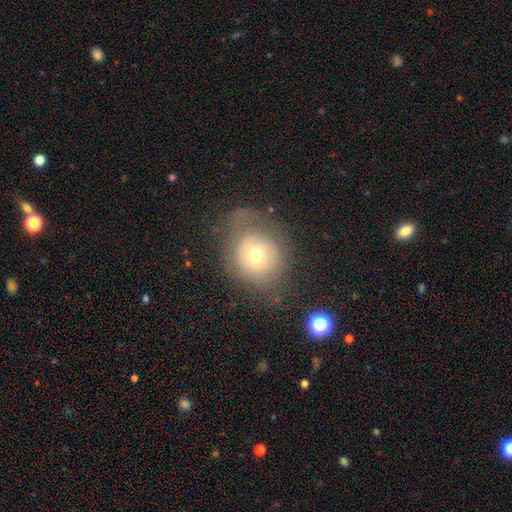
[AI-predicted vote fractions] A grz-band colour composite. It shows a smooth galaxy with no disk features (57%) that is round (77%). Merging: none (47%).